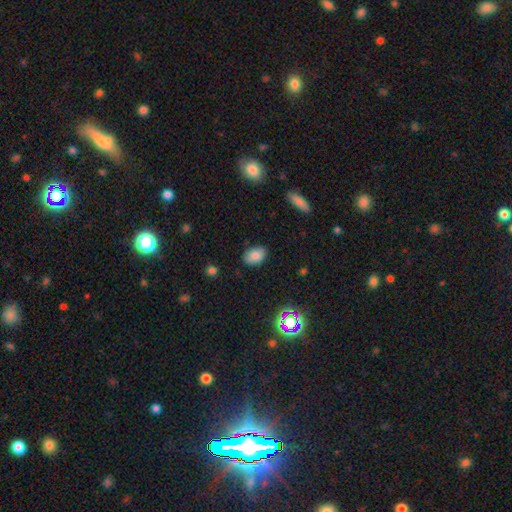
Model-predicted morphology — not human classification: Smooth or featured: smooth — 82% (star or artifact — 10%)
How rounded: in between — 84% (round — 15%)
Merging: none — 84% (minor disturbance — 12%)